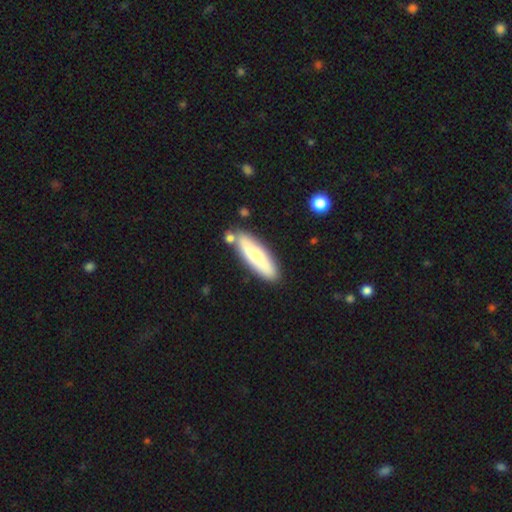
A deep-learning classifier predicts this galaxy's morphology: A smooth galaxy with no disk features (63%) that is cigar-shaped (65%).

Vote fractions:
- Smooth or featured? smooth: 63% / featured or disk: 32% / star or artifact: 5%
- How rounded? cigar-shaped: 65% / in between: 33% / round: 2%
- Merging? none: 78% / minor disturbance: 12% / merger: 7% / major disturbance: 3%